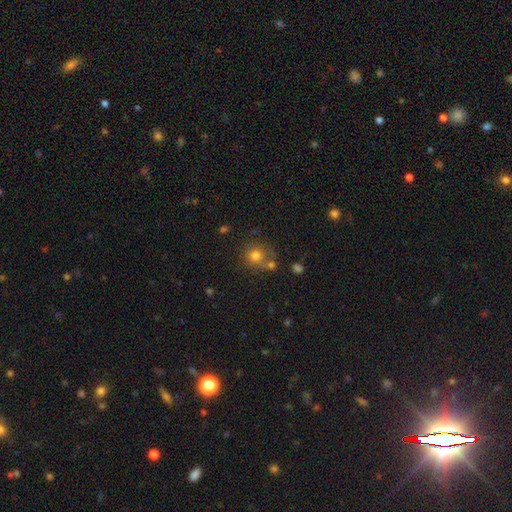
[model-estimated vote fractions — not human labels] The model was most divided on "merging": none: 62%, merger: 19%, minor disturbance: 13%, major disturbance: 6%. More confident: how rounded — round (87%); smooth or featured — smooth (76%).